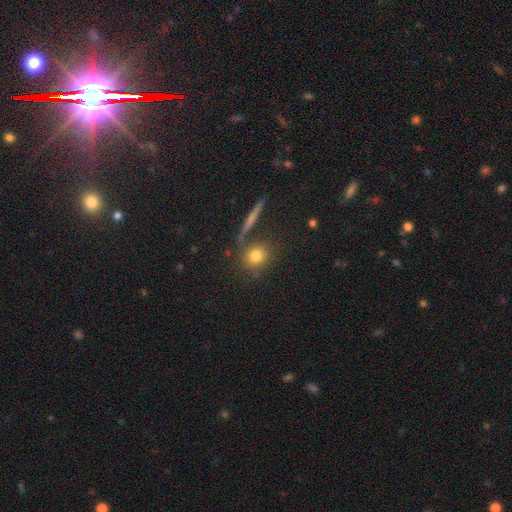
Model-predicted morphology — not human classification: smooth 77%, star or artifact 12%, featured or disk 11%. Down the decision tree: how rounded — round (81%); merging — none (74%).